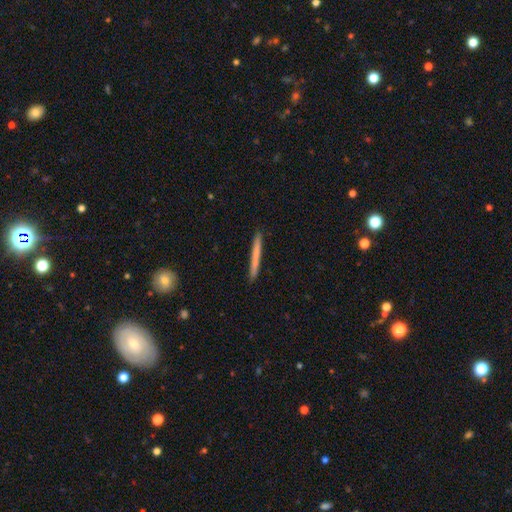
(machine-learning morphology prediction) The model was most divided on "smooth or featured": smooth: 65%, featured or disk: 29%, star or artifact: 5%. More confident: how rounded — cigar-shaped (97%); merging — none (92%).